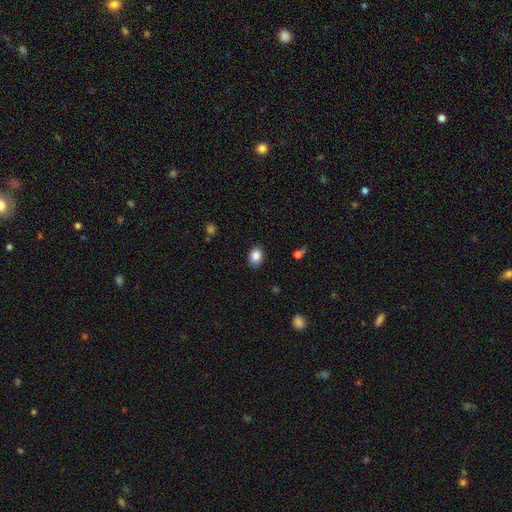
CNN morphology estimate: smooth 87%, star or artifact 9%, featured or disk 4%. Down the decision tree: how rounded — in between (68%); merging — none (86%).